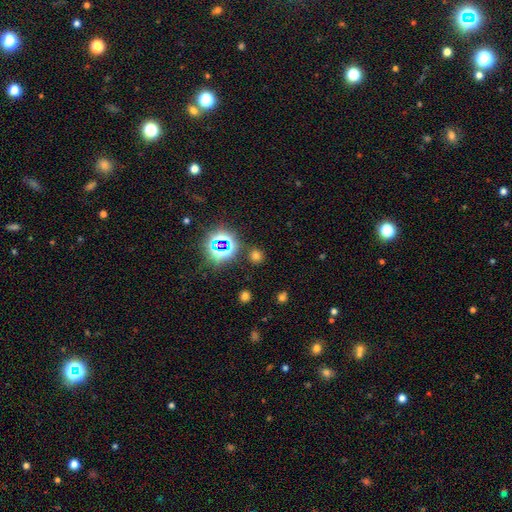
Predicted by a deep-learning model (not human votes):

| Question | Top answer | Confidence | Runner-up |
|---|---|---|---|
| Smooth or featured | smooth | 60% | star or artifact (34%) |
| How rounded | round | 89% | in between (10%) |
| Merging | none | 85% | minor disturbance (8%) |